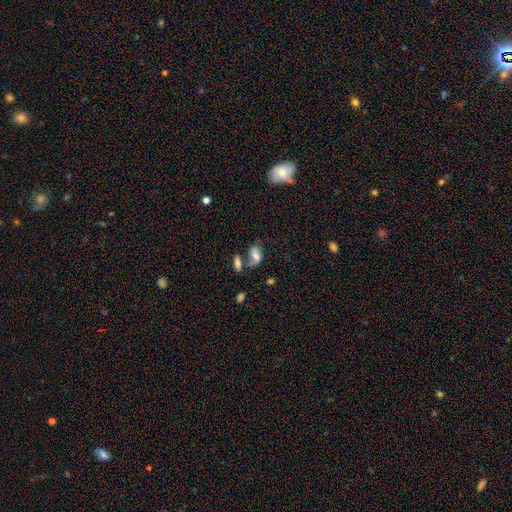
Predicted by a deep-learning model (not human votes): Smooth or featured?
  - smooth: 61% *
  - featured or disk: 29%
  - star or artifact: 11%
How rounded?
  - in between: 88% *
  - round: 8%
  - cigar-shaped: 4%
Merging?
  - none: 37% *
  - merger: 32%
  - minor disturbance: 19%
  - major disturbance: 12%